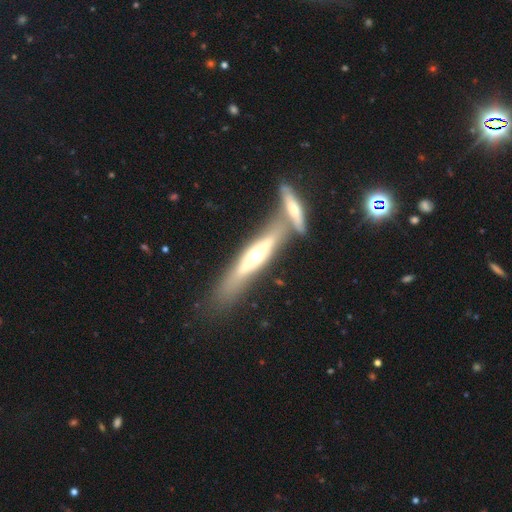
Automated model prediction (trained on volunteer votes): Morphology: type=featured or disk (61%); edge-on=yes (80%); merging=none (43%).